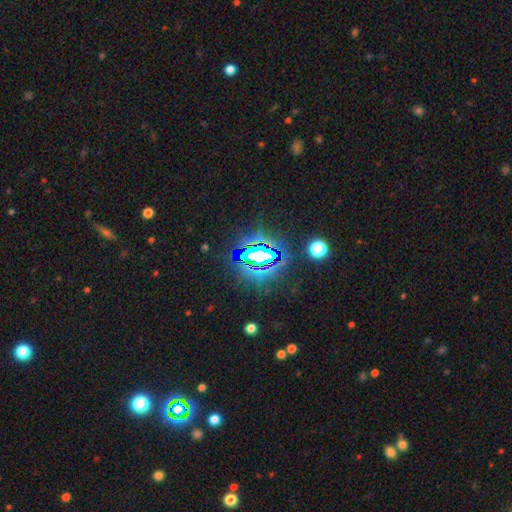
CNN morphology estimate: The model was most divided on "smooth or featured": star or artifact: 76%, featured or disk: 12%, smooth: 12%.